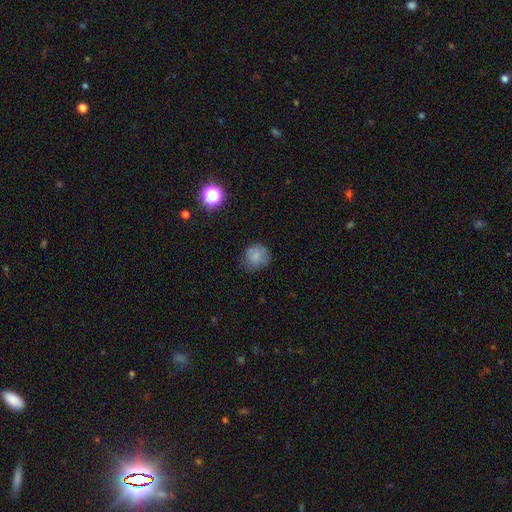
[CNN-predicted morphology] type=smooth (76%); roundness=round (84%); merging=none (72%).